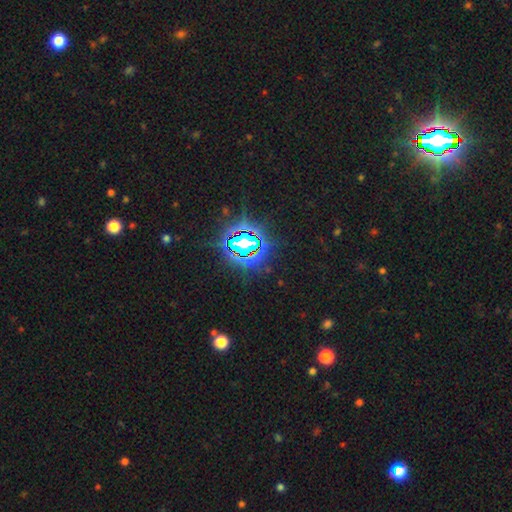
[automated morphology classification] Smooth or featured? Predicted: star or artifact (p=0.84).